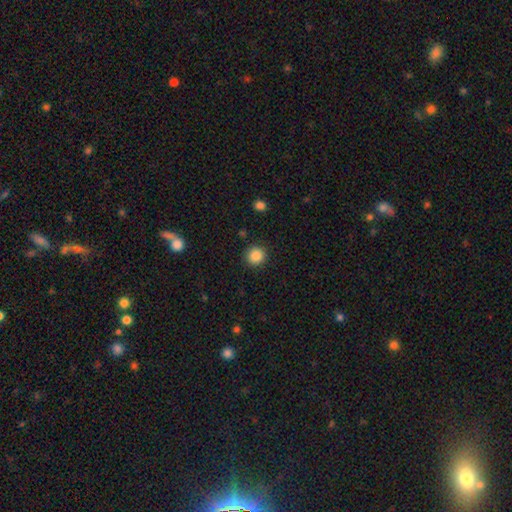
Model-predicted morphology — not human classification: Overall: smooth (86%). How rounded: round (93%). Merging: none (91%).